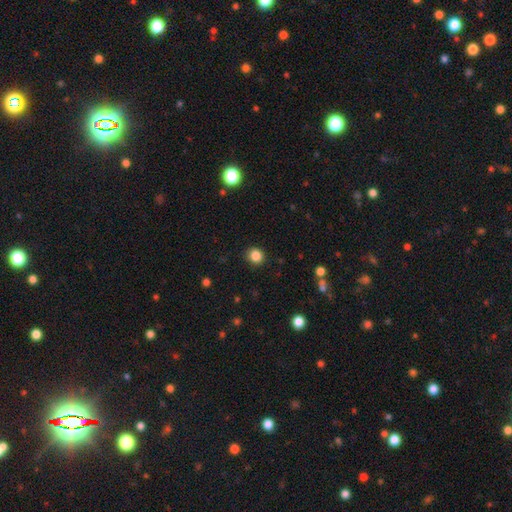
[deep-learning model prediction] Overall: smooth (85%). How rounded: round (87%). Merging: none (89%).